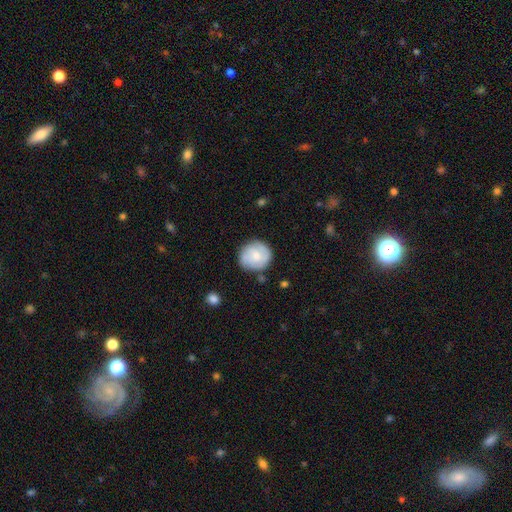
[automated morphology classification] Overall: smooth (56%; featured or disk 37%). How rounded: round (89%). Merging: none (77%).